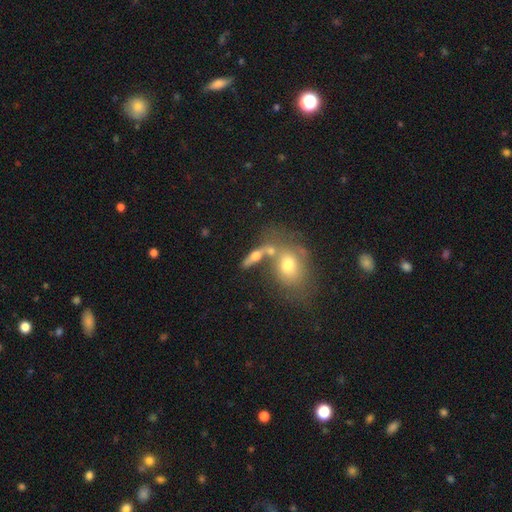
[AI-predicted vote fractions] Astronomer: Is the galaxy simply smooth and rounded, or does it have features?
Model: smooth — 51% (runner-up: featured or disk, 39%).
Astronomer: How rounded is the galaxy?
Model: in between — 52% (runner-up: cigar-shaped, 33%).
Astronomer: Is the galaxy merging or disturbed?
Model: none — 45% (runner-up: merger, 34%).